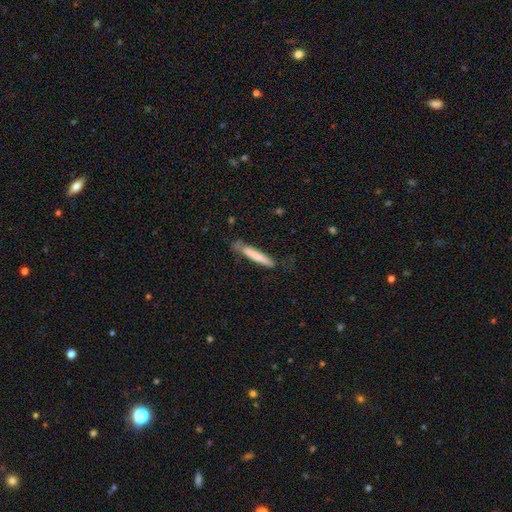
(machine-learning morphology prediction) Q: Smooth or featured?
A: smooth (72%); runner-up: featured or disk (22%)
Q: How rounded?
A: cigar-shaped (94%); runner-up: in between (5%)
Q: Merging?
A: none (70%); runner-up: minor disturbance (22%)